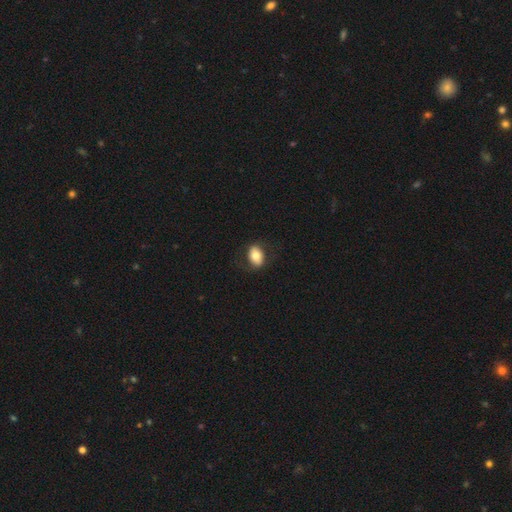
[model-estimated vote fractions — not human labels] Morphology: type=smooth (72%); roundness=in between (84%); merging=none (79%).